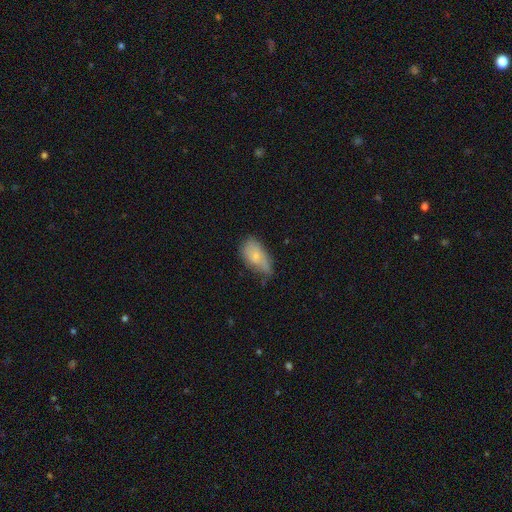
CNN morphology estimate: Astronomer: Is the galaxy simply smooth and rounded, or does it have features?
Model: smooth — 69%.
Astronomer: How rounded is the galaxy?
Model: in between — 92%.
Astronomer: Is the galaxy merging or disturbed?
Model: minor disturbance — 45% (runner-up: none, 37%).